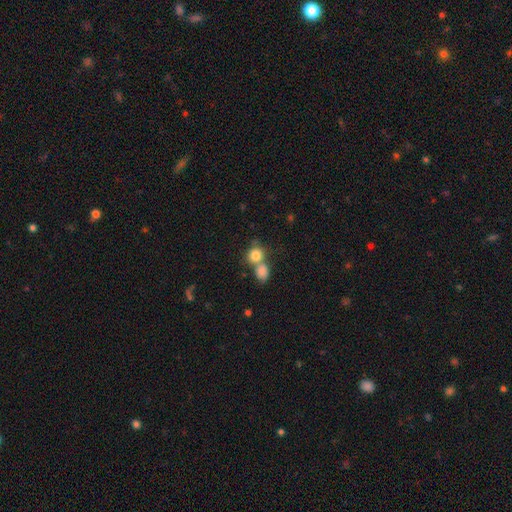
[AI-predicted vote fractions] Smooth or featured? Predicted: smooth (p=0.82). How rounded? Predicted: round (p=0.75). Merging? Predicted: merger (p=0.51).